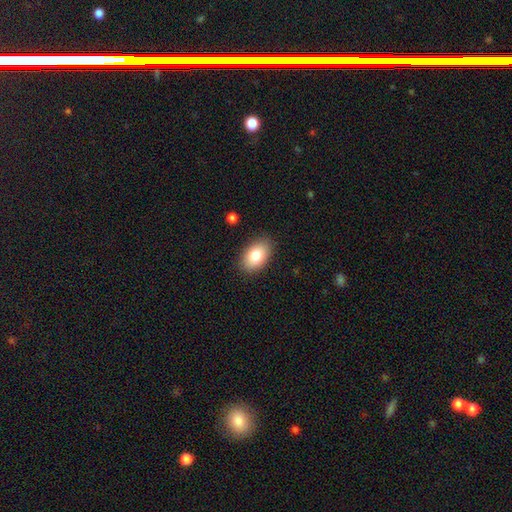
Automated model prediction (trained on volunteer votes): Smooth or featured?
  - smooth: 83% *
  - featured or disk: 10%
  - star or artifact: 7%
How rounded?
  - in between: 91% *
  - round: 8%
  - cigar-shaped: 1%
Merging?
  - none: 87% *
  - minor disturbance: 10%
  - major disturbance: 2%
  - merger: 1%